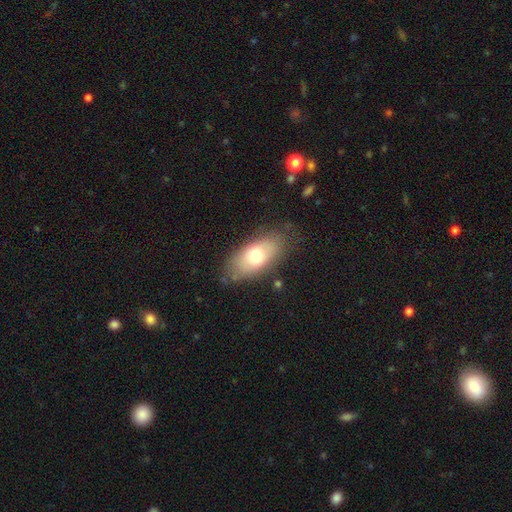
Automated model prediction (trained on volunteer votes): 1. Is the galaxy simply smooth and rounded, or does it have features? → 70% smooth, 23% featured or disk, 7% star or artifact.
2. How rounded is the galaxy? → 88% in between, 9% cigar-shaped, 3% round.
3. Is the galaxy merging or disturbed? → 75% none, 18% minor disturbance, 6% major disturbance, 2% merger.